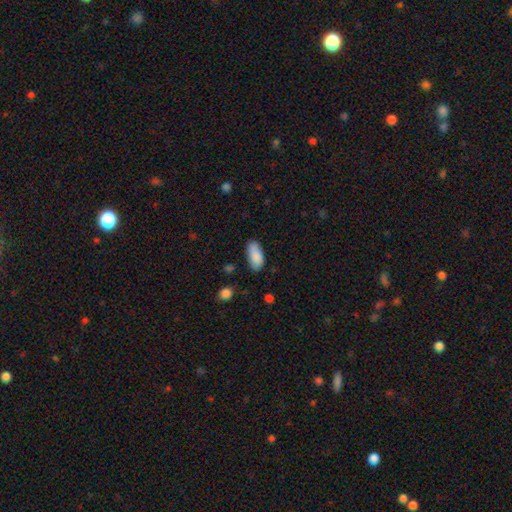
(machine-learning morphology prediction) smooth 86%, featured or disk 7%, star or artifact 6%. Down the decision tree: how rounded — in between (90%); merging — none (78%).